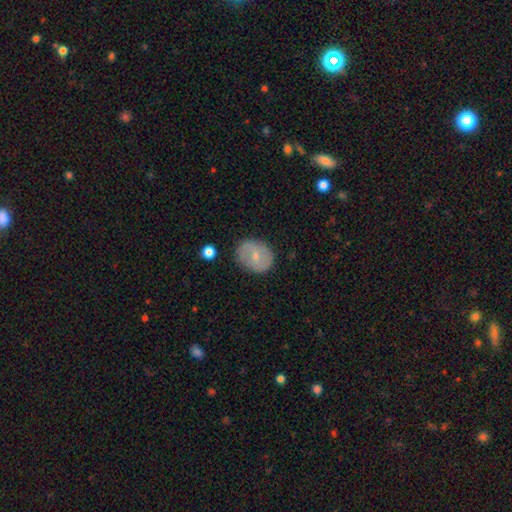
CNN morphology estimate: This appears to be a smooth galaxy with no disk features (53%) that is round (52%). Merging: none (83%).